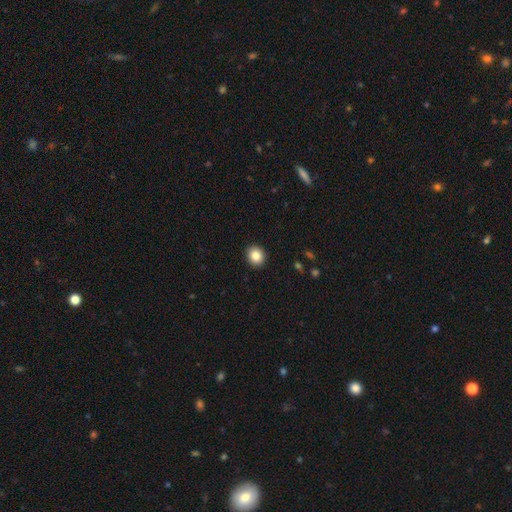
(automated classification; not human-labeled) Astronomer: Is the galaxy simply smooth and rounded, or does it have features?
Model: smooth — 85%.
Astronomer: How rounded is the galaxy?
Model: round — 78%.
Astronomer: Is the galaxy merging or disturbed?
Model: none — 92%.